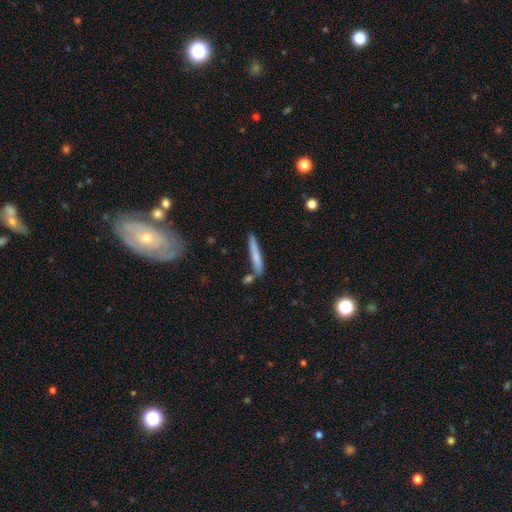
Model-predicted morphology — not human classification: A smooth galaxy with no disk features (67%) that is cigar-shaped (93%).

Vote fractions:
- Smooth or featured? smooth: 67% / featured or disk: 27% / star or artifact: 7%
- How rounded? cigar-shaped: 93% / in between: 5% / round: 2%
- Merging? none: 71% / minor disturbance: 15% / merger: 10% / major disturbance: 4%